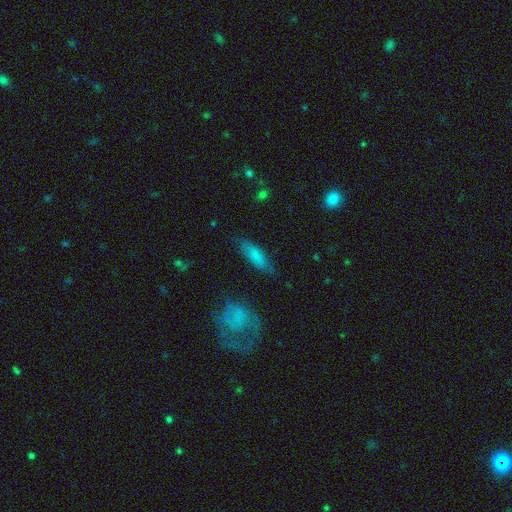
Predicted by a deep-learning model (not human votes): Smooth or featured? smooth (77%)
How rounded? in between (55%)
Merging? none (75%)